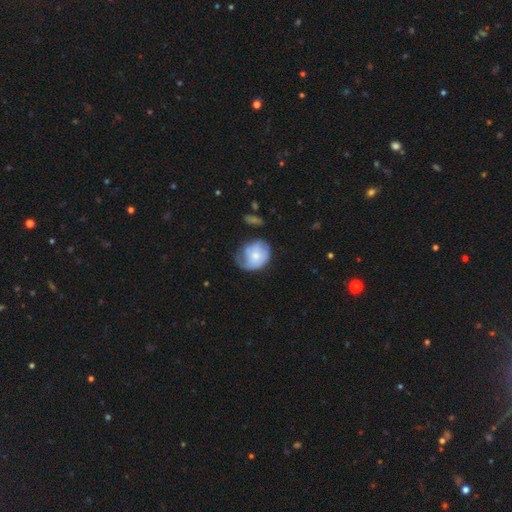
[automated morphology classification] The model was most divided on "merging": none: 38%, minor disturbance: 36%, major disturbance: 22%, merger: 4%. More confident: how rounded — round (60%); smooth or featured — smooth (56%).